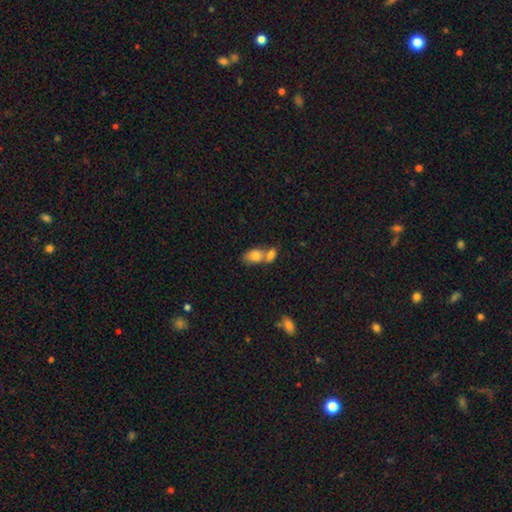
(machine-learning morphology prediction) A smooth galaxy with no disk features (80%) that is in between round and cigar-shaped (85%). Merging: merger (66%).